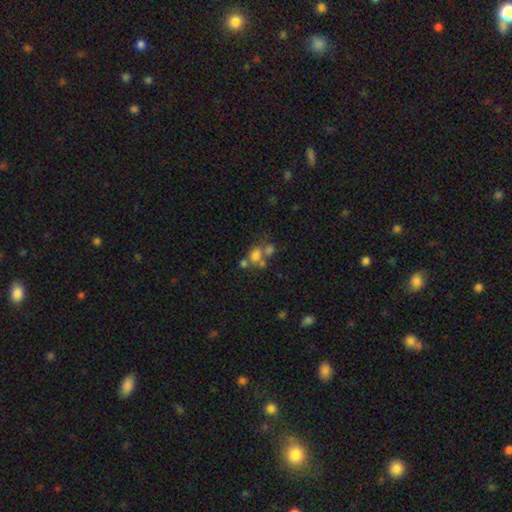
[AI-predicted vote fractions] smooth_or_featured: smooth (p=0.63) [alt: featured or disk p=0.19]
how_rounded: round (p=0.50) [alt: in between p=0.49]
merging: merger (p=0.47) [alt: none p=0.33]